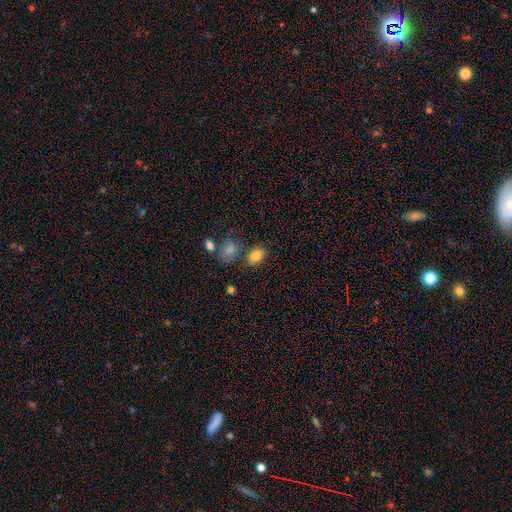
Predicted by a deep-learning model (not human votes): A smooth galaxy with no disk features (82%) that is in between round and cigar-shaped (79%). Merging: none (68%).